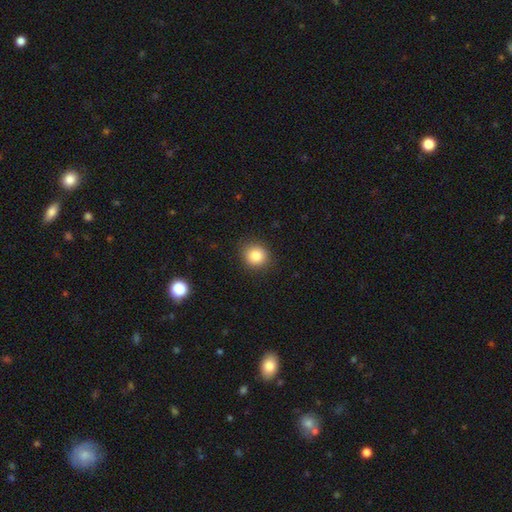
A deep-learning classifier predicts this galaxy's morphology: type=smooth (84%); roundness=round (86%); merging=none (89%).